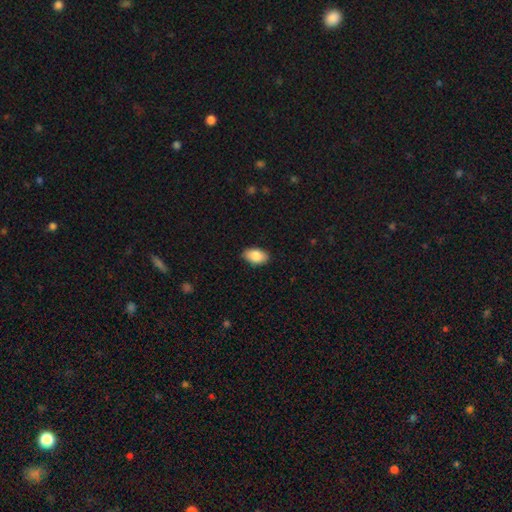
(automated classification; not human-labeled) Overall: smooth (86%). How rounded: in between (92%). Merging: none (87%).